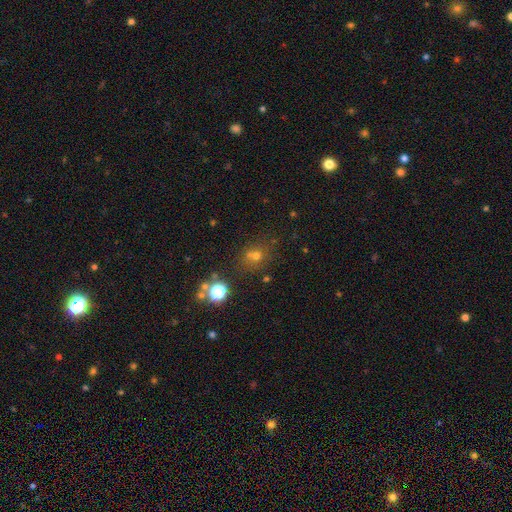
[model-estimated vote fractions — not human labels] Smooth or featured: smooth — 53% (star or artifact — 36%)
How rounded: round — 76% (in between — 23%)
Merging: none — 70% (merger — 14%)